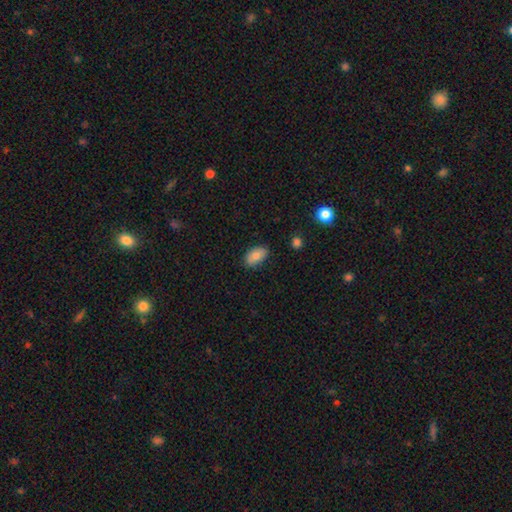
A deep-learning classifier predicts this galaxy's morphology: Smooth or featured: smooth — 79% (featured or disk — 13%)
How rounded: in between — 92% (round — 7%)
Merging: none — 83% (minor disturbance — 14%)